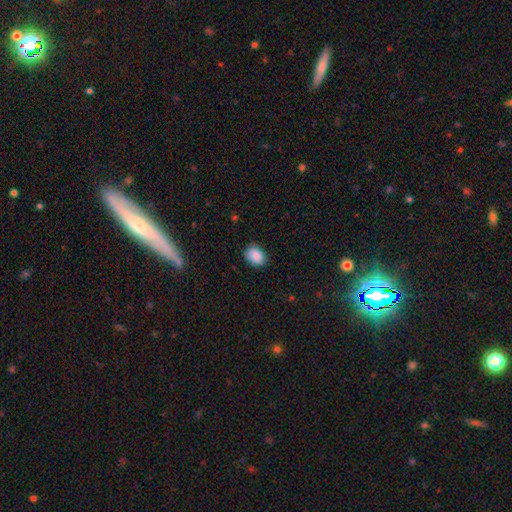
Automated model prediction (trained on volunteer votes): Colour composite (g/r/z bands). It shows a smooth galaxy with no disk features (88%) that is in between round and cigar-shaped (73%). Merging: none (78%).